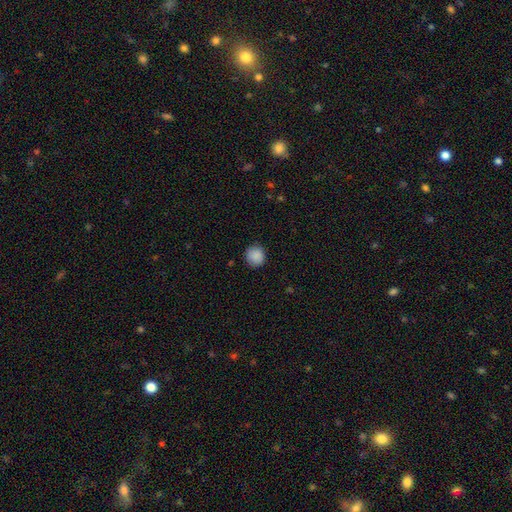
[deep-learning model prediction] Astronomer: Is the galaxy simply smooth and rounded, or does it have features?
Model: smooth — 89%.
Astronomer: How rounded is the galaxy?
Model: round — 90%.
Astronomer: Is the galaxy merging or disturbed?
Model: none — 87%.